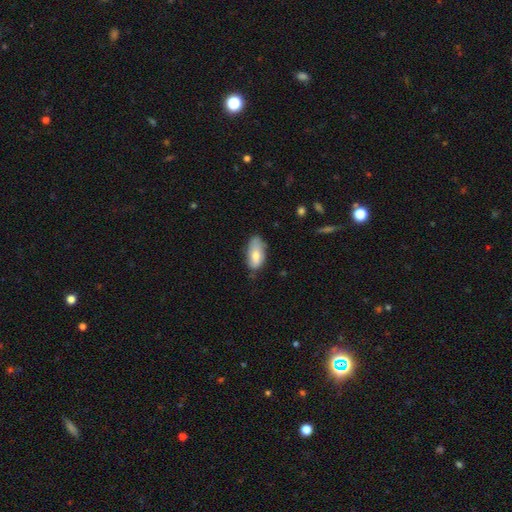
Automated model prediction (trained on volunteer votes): Smooth or featured: smooth — 76% (featured or disk — 18%)
How rounded: in between — 92% (cigar-shaped — 6%)
Merging: none — 59% (minor disturbance — 32%)